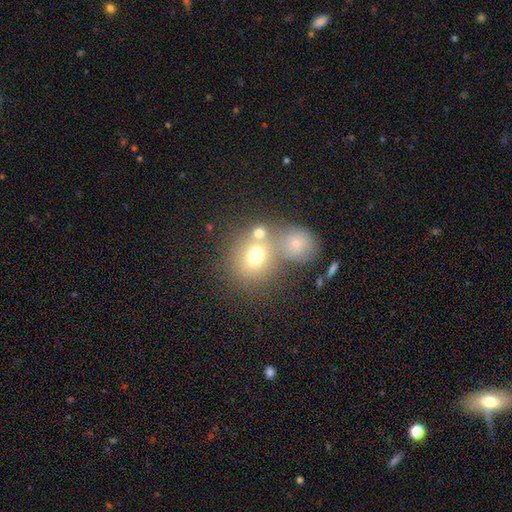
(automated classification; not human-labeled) Smooth or featured?
  - smooth: 69% *
  - featured or disk: 16%
  - star or artifact: 15%
How rounded?
  - round: 74% *
  - in between: 25%
  - cigar-shaped: 1%
Merging?
  - none: 45% *
  - merger: 40%
  - minor disturbance: 10%
  - major disturbance: 5%